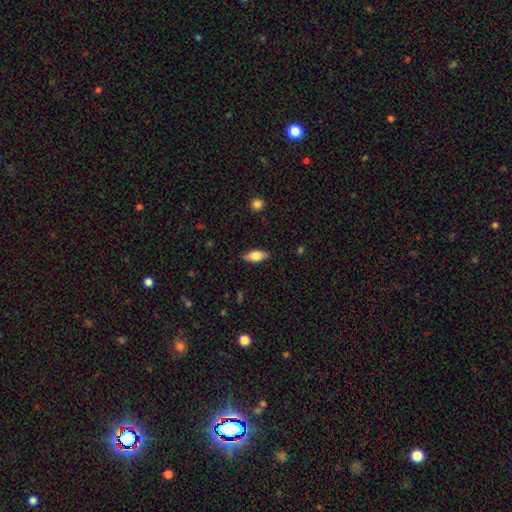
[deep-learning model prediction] A smooth galaxy with no disk features (70%) that is in between round and cigar-shaped (83%).

Vote fractions:
- Smooth or featured? smooth: 70% / featured or disk: 24% / star or artifact: 7%
- How rounded? in between: 83% / cigar-shaped: 14% / round: 3%
- Merging? none: 85% / minor disturbance: 11% / major disturbance: 2% / merger: 1%